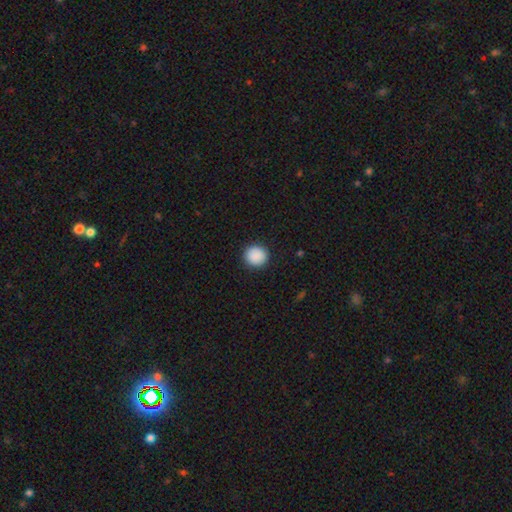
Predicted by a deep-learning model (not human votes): A smooth galaxy with no disk features (90%) that is round (93%). Merging: none (92%).